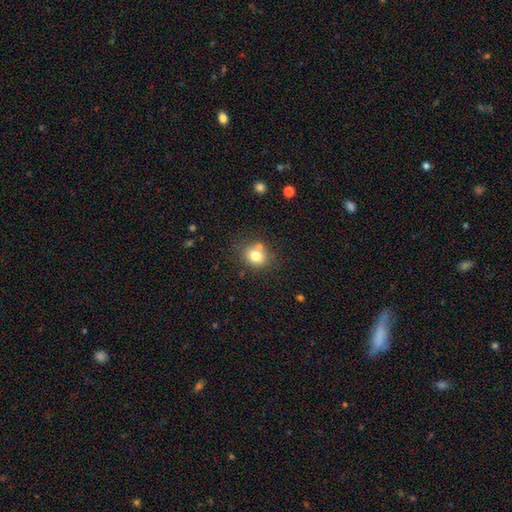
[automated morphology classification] smooth_or_featured: smooth (p=0.78) [alt: featured or disk p=0.11]
how_rounded: round (p=0.67) [alt: in between p=0.32]
merging: none (p=0.68) [alt: merger p=0.14]